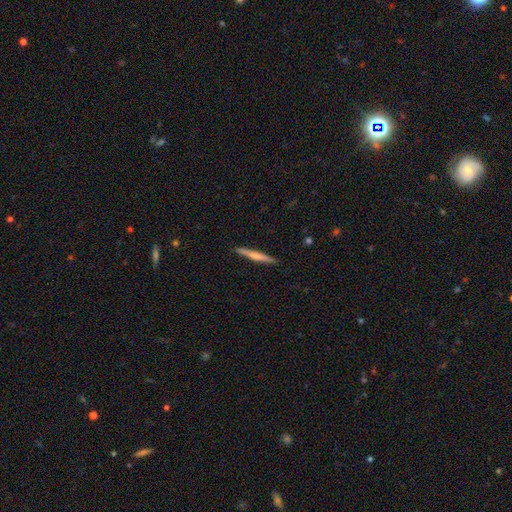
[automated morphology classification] Smooth or featured?
  - smooth: 57% *
  - featured or disk: 37%
  - star or artifact: 5%
How rounded?
  - cigar-shaped: 96% *
  - in between: 3%
  - round: 1%
Merging?
  - none: 90% *
  - minor disturbance: 7%
  - major disturbance: 1%
  - merger: 1%